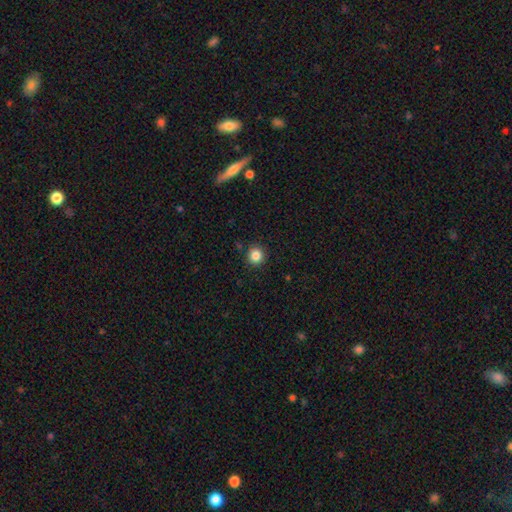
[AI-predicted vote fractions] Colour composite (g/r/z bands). It shows a smooth galaxy with no disk features (84%) that is round (94%). Merging: none (90%).